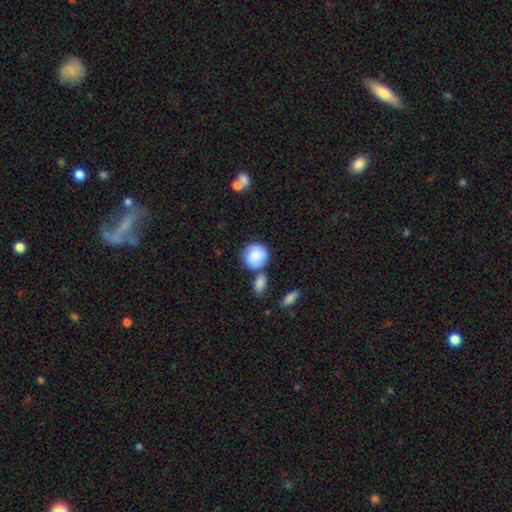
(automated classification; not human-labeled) This is clearly a smooth galaxy (83%). How rounded: clearly round (86%). Merging: possibly none (58%).